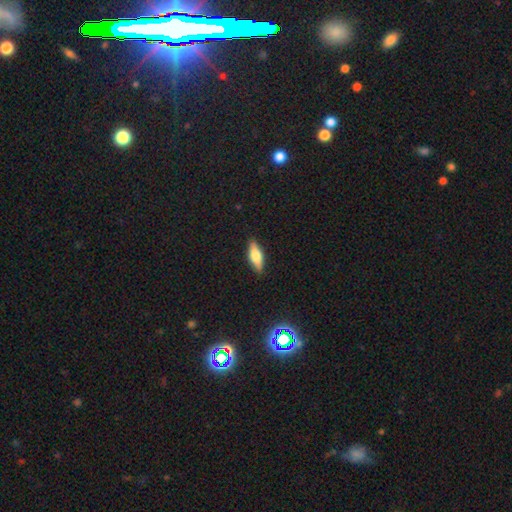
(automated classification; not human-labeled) Q: Smooth or featured?
A: smooth (62%); runner-up: featured or disk (31%)
Q: How rounded?
A: in between (58%); runner-up: cigar-shaped (40%)
Q: Merging?
A: none (88%); runner-up: minor disturbance (9%)